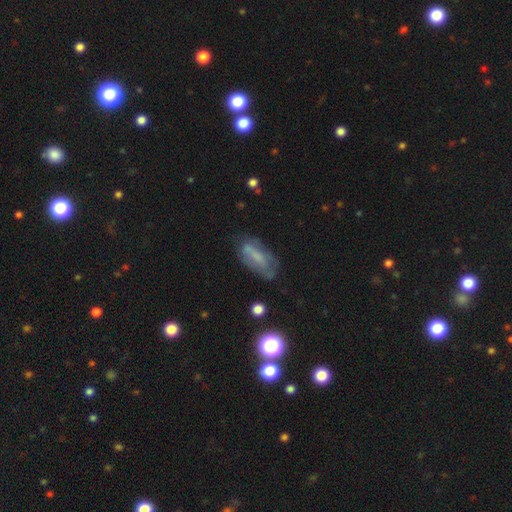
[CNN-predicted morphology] Smooth or featured? Predicted: smooth (p=0.49). Merging? Predicted: none (p=0.55).